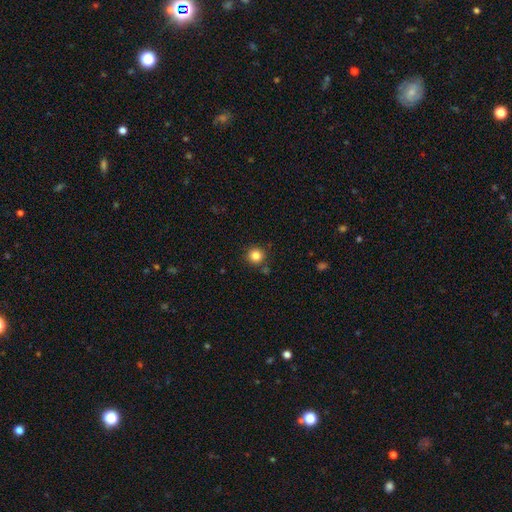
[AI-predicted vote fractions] A smooth galaxy with no disk features (84%) that is round (94%). Merging: none (86%).